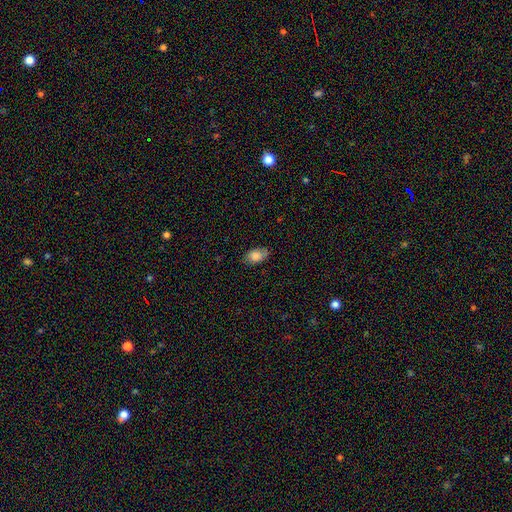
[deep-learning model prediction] smooth 81%, featured or disk 11%, star or artifact 8%. Down the decision tree: how rounded — in between (90%); merging — none (78%).